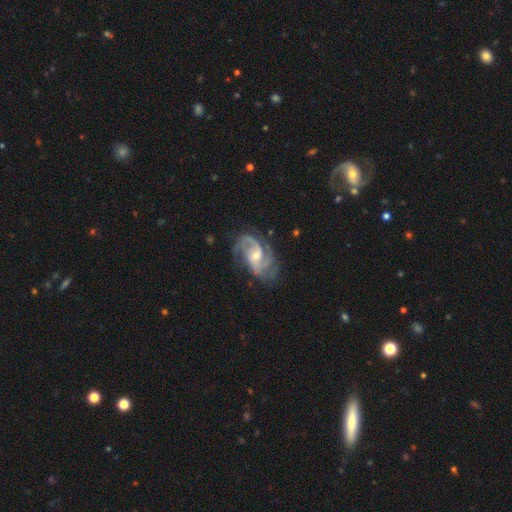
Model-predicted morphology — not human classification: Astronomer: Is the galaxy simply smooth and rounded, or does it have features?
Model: featured or disk — 90%.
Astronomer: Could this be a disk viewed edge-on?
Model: no — 97%.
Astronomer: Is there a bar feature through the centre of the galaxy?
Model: no — 50% (runner-up: weak, 40%).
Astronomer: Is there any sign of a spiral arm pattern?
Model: yes — 97%.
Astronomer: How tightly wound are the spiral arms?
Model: medium — 51% (runner-up: tight, 30%).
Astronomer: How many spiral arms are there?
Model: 2 — 50%.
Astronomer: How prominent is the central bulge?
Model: moderate — 48% (runner-up: small, 47%).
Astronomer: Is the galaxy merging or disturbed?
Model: none — 65%.